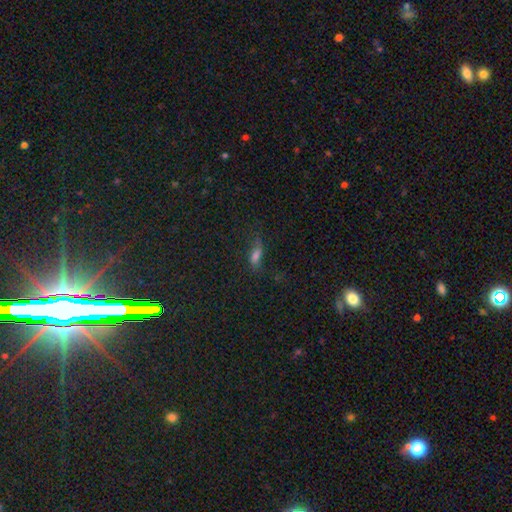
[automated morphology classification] A smooth galaxy with no disk features (59%) that is in between round and cigar-shaped (59%).

Vote fractions:
- Smooth or featured? smooth: 59% / featured or disk: 22% / star or artifact: 19%
- How rounded? in between: 59% / cigar-shaped: 34% / round: 7%
- Merging? none: 53% / minor disturbance: 26% / major disturbance: 17% / merger: 4%